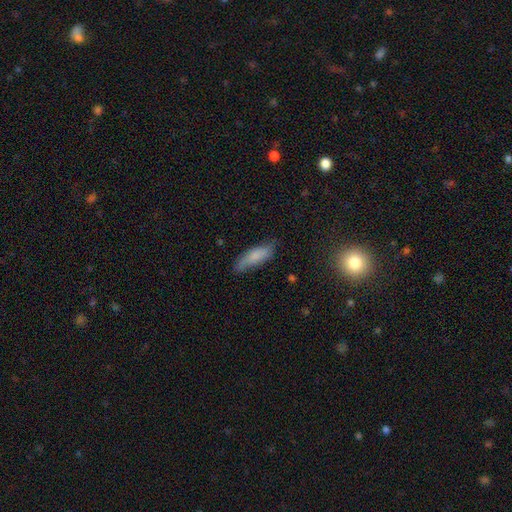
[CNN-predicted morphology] A smooth galaxy with no disk features (75%) that is in between round and cigar-shaped (52%).

Vote fractions:
- Smooth or featured? smooth: 75% / featured or disk: 18% / star or artifact: 7%
- How rounded? in between: 52% / cigar-shaped: 46% / round: 2%
- Merging? none: 69% / minor disturbance: 24% / major disturbance: 5% / merger: 2%